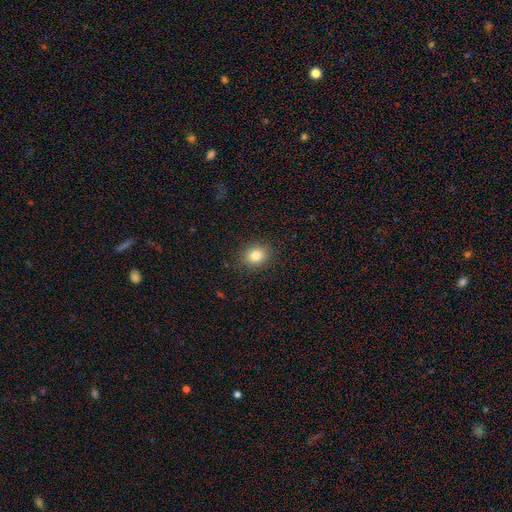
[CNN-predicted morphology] A smooth galaxy with no disk features (83%) that is round (62%).

Vote fractions:
- Smooth or featured? smooth: 83% / star or artifact: 11% / featured or disk: 7%
- How rounded? round: 62% / in between: 37% / cigar-shaped: 1%
- Merging? none: 89% / minor disturbance: 8% / major disturbance: 2% / merger: 1%